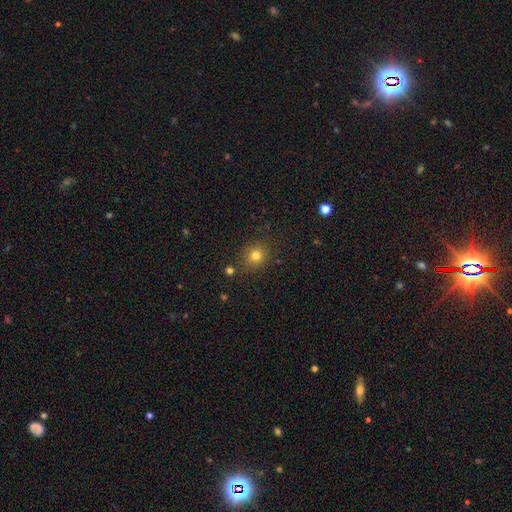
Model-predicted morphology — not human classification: This appears to be a smooth galaxy with no disk features (77%) that is round (82%). Merging: none (84%).